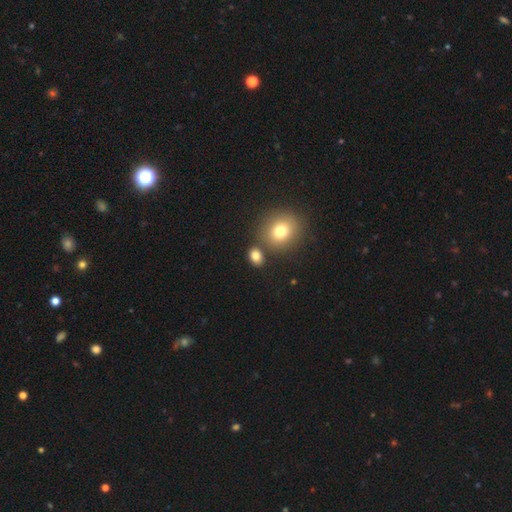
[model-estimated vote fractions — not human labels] Smooth or featured? Predicted: smooth (p=0.81). How rounded? Predicted: in between (p=0.57). Merging? Predicted: none (p=0.74).